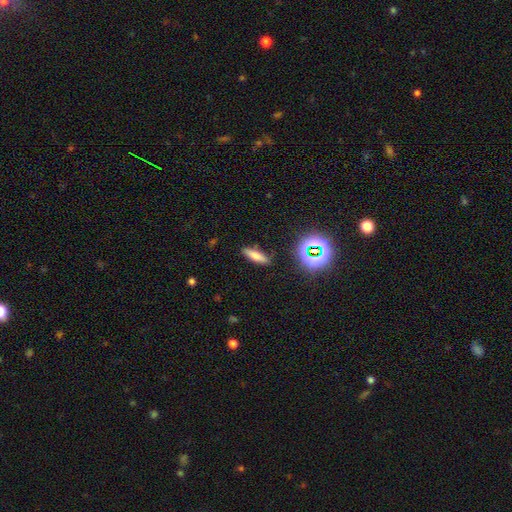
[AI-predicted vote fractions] This appears to be a smooth galaxy with no disk features (65%) that is cigar-shaped (57%). Merging: none (85%).